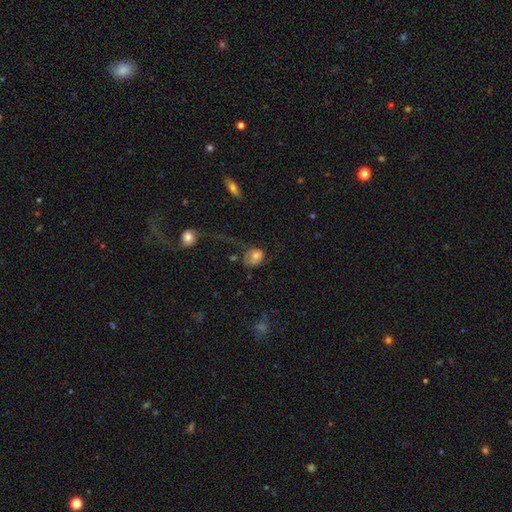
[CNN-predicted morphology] Q: Smooth or featured?
A: smooth (63%); runner-up: featured or disk (28%)
Q: How rounded?
A: round (57%); runner-up: in between (42%)
Q: Merging?
A: major disturbance (36%); runner-up: none (35%)